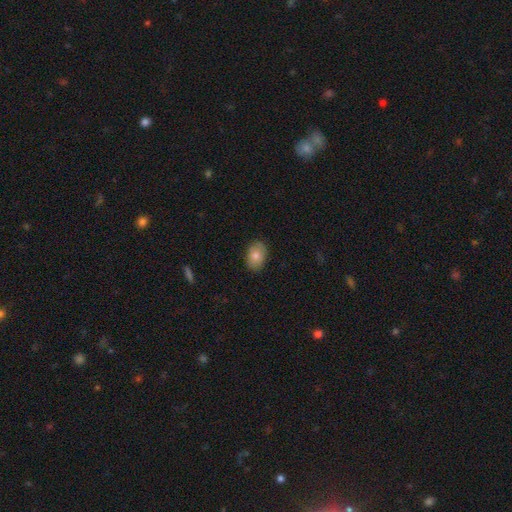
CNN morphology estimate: Smooth or featured: smooth — 77% (featured or disk — 15%)
How rounded: in between — 83% (round — 16%)
Merging: none — 85% (minor disturbance — 12%)